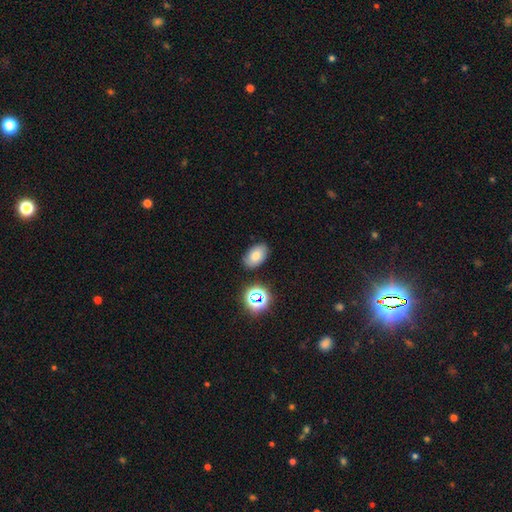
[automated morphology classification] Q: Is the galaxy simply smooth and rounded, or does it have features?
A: smooth — 73%.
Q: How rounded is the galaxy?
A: in between — 87%.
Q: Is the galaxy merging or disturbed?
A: none — 82%.